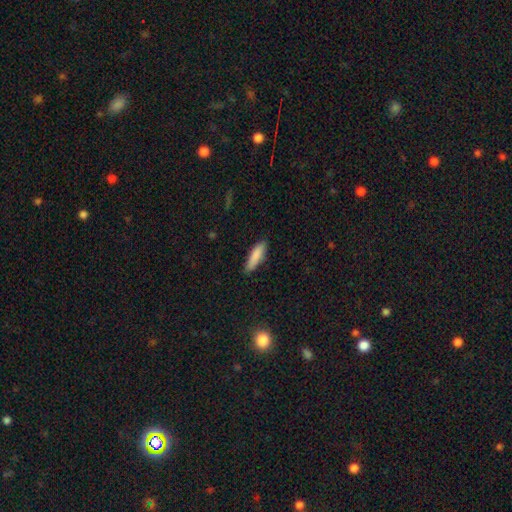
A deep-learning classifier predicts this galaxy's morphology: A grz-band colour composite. It shows a smooth galaxy with no disk features (86%) that is cigar-shaped (64%). Merging: none (85%).